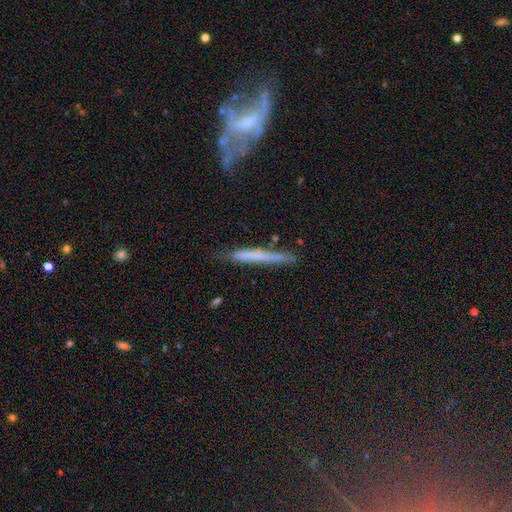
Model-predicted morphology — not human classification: Smooth or featured? Predicted: smooth (p=0.56). How rounded? Predicted: cigar-shaped (p=0.96). Merging? Predicted: none (p=0.72).